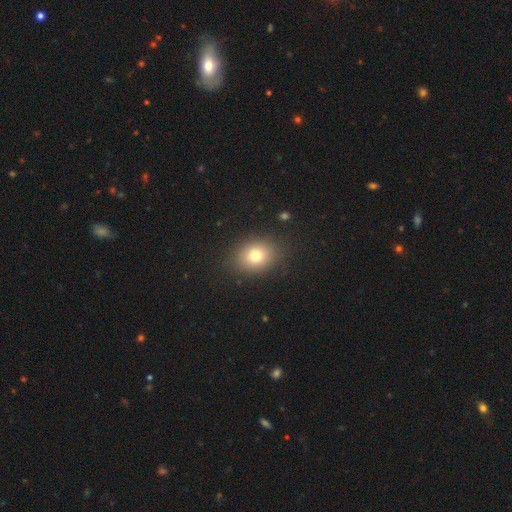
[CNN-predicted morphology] A smooth galaxy with no disk features (77%) that is round (50%).

Vote fractions:
- Smooth or featured? smooth: 77% / star or artifact: 13% / featured or disk: 10%
- How rounded? round: 50% / in between: 49% / cigar-shaped: 1%
- Merging? none: 86% / minor disturbance: 9% / major disturbance: 4% / merger: 1%